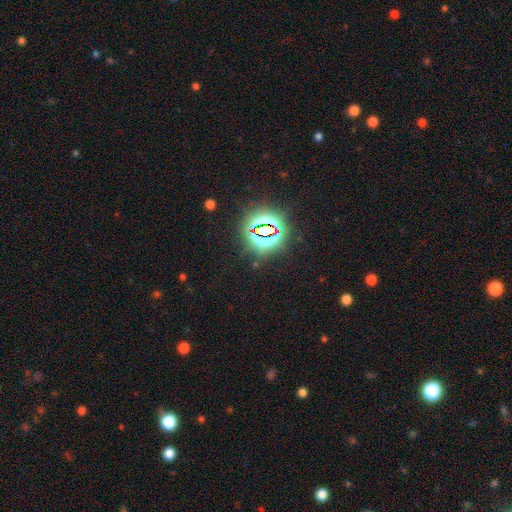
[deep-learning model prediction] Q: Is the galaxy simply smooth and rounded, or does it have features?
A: star or artifact — 84%.